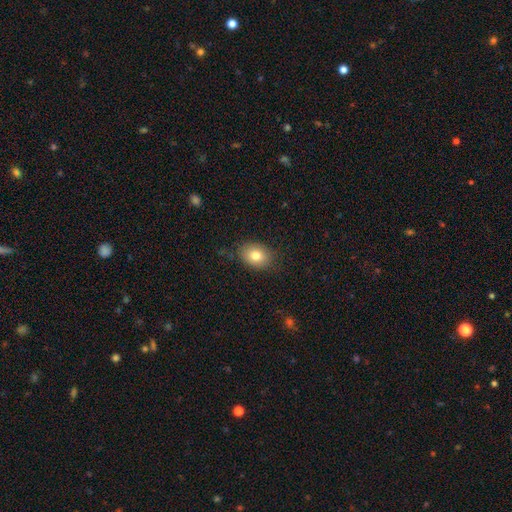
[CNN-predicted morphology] Smooth or featured?
  - smooth: 79% *
  - featured or disk: 11%
  - star or artifact: 9%
How rounded?
  - in between: 68% *
  - round: 31%
  - cigar-shaped: 1%
Merging?
  - none: 83% *
  - minor disturbance: 13%
  - major disturbance: 3%
  - merger: 1%